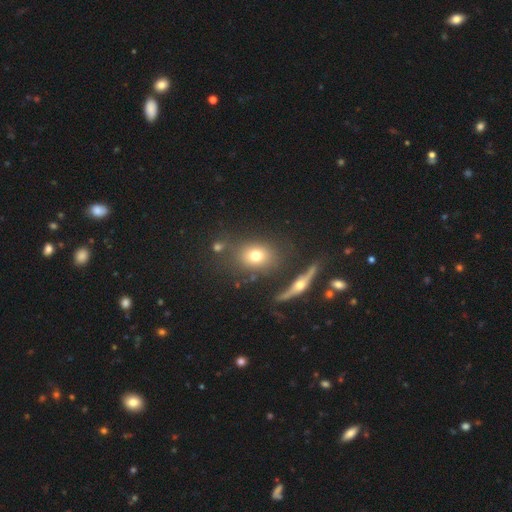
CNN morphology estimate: Smooth or featured? Predicted: smooth (p=0.69). How rounded? Predicted: round (p=0.51). Merging? Predicted: none (p=0.73).